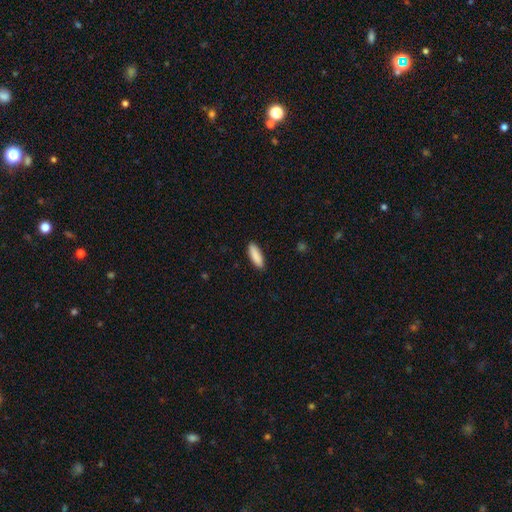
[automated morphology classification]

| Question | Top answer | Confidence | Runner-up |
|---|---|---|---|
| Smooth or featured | smooth | 90% | star or artifact (6%) |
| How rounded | in between | 55% | cigar-shaped (44%) |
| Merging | none | 89% | minor disturbance (8%) |